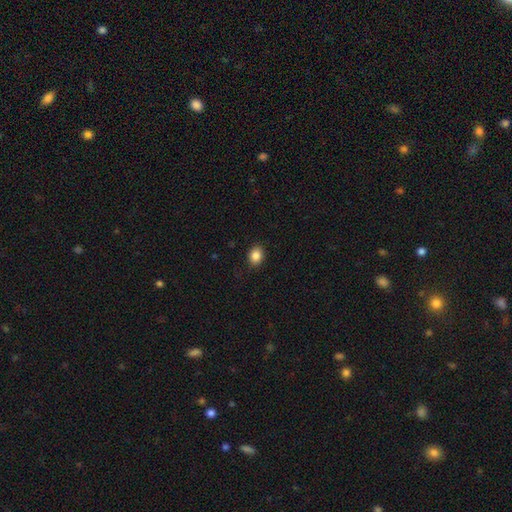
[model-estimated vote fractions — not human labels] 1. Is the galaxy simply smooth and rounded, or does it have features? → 86% smooth, 9% star or artifact, 4% featured or disk.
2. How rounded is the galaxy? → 53% in between, 46% round, 1% cigar-shaped.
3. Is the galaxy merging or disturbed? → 88% none, 9% minor disturbance, 2% major disturbance, 1% merger.